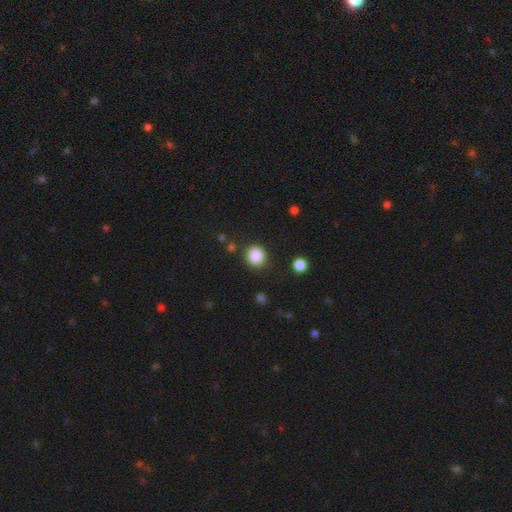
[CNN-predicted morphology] Smooth or featured?
  - smooth: 87% *
  - star or artifact: 10%
  - featured or disk: 3%
How rounded?
  - round: 90% *
  - in between: 9%
  - cigar-shaped: 1%
Merging?
  - none: 88% *
  - minor disturbance: 7%
  - major disturbance: 3%
  - merger: 2%